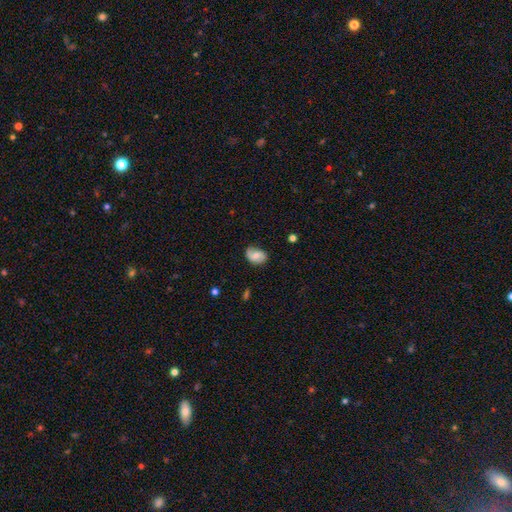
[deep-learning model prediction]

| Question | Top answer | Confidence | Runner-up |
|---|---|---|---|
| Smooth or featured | smooth | 51% | featured or disk (41%) |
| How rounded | in between | 74% | round (25%) |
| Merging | none | 62% | minor disturbance (29%) |